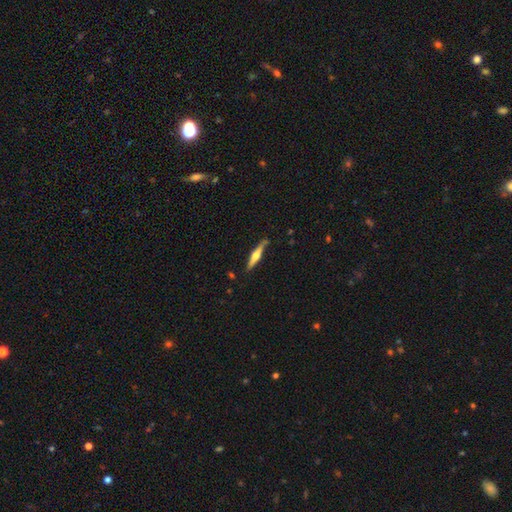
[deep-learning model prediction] A featured or disk galaxy (64%) viewed edge-on (97%) with a rounded central bulge (87%). Merging: none (84%).